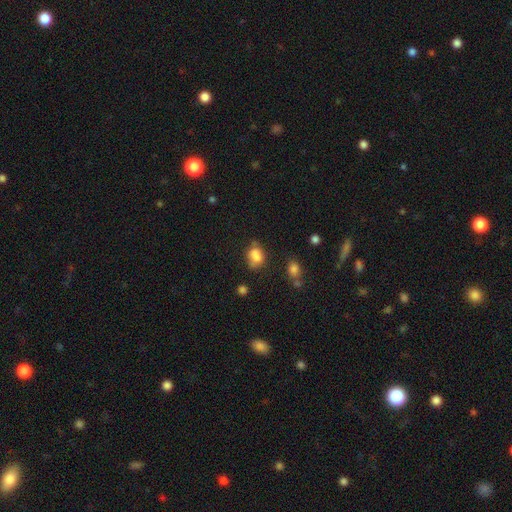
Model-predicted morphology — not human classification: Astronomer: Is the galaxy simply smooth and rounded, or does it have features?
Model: smooth — 78%.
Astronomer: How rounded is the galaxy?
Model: in between — 64%.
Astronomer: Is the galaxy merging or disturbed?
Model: none — 50% (runner-up: minor disturbance, 27%).